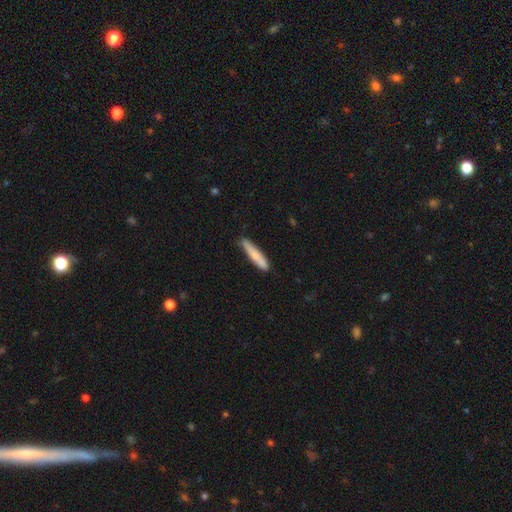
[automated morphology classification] This is likely a smooth galaxy (73%). How rounded: clearly cigar-shaped (89%). Merging: clearly none (81%).